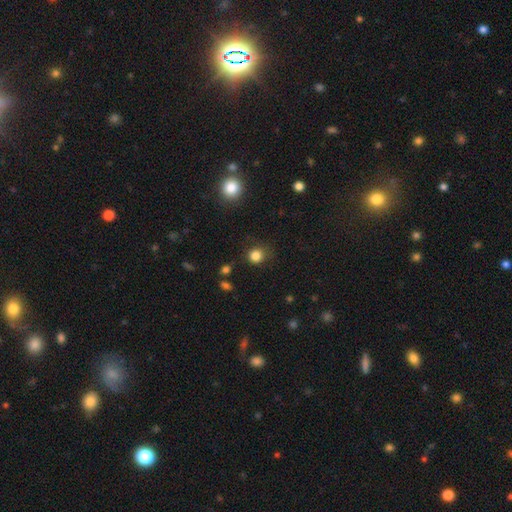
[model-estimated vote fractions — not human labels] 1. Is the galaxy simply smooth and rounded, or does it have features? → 84% smooth, 12% star or artifact, 4% featured or disk.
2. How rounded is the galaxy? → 86% round, 13% in between, 1% cigar-shaped.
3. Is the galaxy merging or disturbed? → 78% none, 15% minor disturbance, 5% major disturbance, 2% merger.